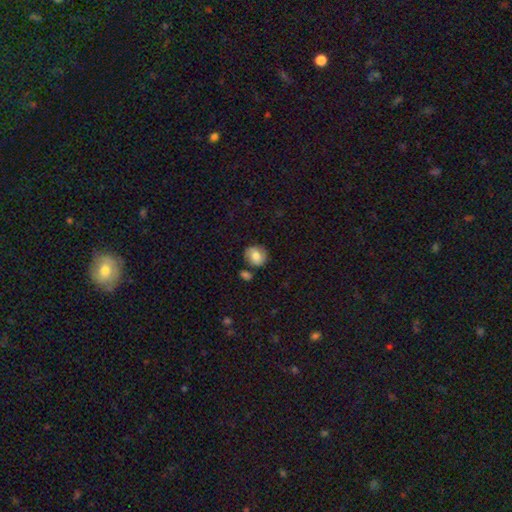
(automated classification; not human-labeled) This is likely a smooth galaxy (66%). How rounded: clearly round (81%). Merging: likely none (75%).